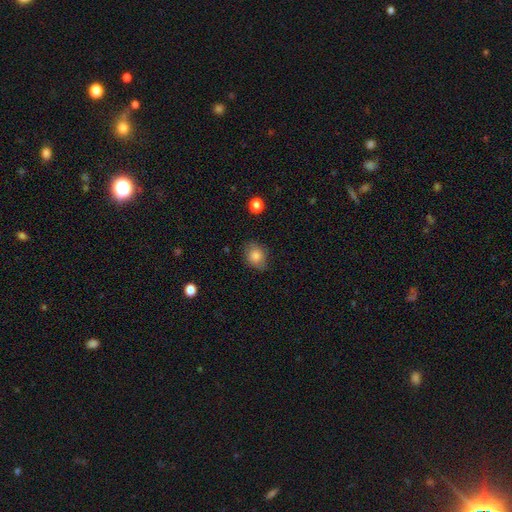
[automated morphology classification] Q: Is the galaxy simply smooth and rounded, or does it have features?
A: smooth — 83%.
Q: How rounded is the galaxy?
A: round — 53%.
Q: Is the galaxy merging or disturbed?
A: none — 75%.